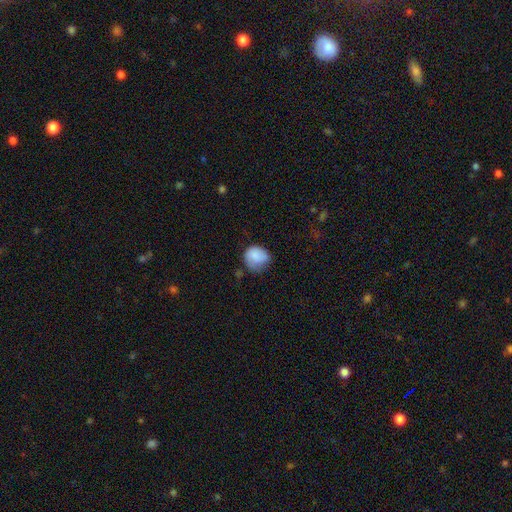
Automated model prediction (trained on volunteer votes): Smooth or featured: smooth — 77% (featured or disk — 16%)
How rounded: round — 72% (in between — 27%)
Merging: none — 47% (minor disturbance — 35%)